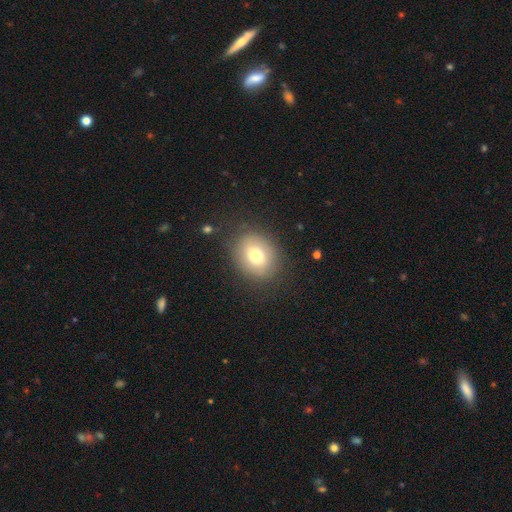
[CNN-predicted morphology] Overall: smooth (74%). How rounded: round (54%; in between 45%). Merging: none (83%).